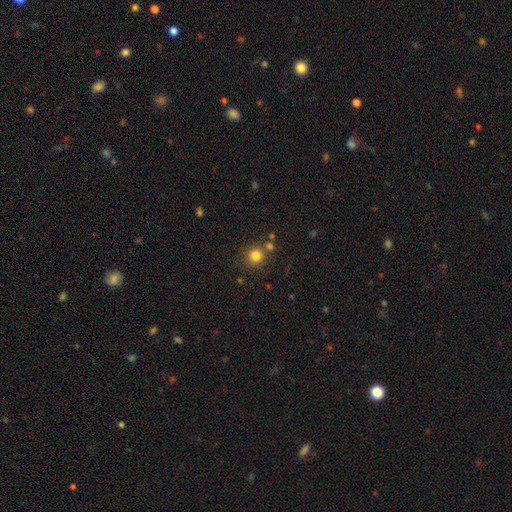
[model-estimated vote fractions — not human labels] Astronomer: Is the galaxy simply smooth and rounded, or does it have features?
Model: smooth — 81%.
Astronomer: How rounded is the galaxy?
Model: round — 90%.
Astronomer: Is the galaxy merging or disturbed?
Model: none — 75%.